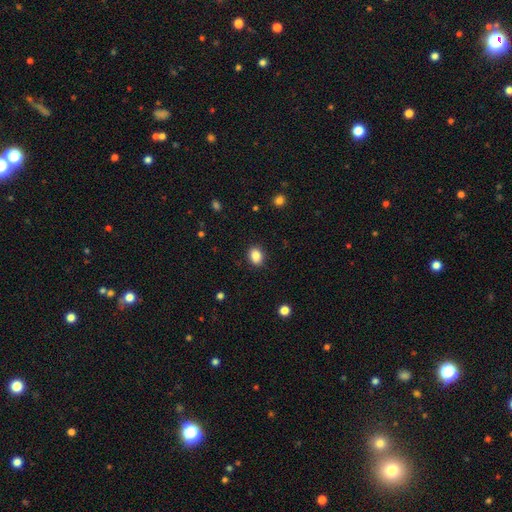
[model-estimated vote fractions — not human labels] Smooth or featured: smooth — 86% (star or artifact — 9%)
How rounded: in between — 60% (round — 39%)
Merging: none — 88% (minor disturbance — 9%)